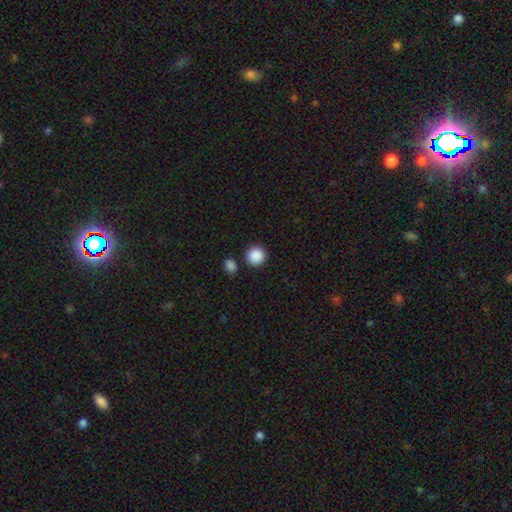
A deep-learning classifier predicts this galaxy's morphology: smooth-or-featured: smooth: 89% | star or artifact: 9% | featured or disk: 3%
  how-rounded: round: 93% | in between: 6% | cigar-shaped: 1%
  merging: none: 87% | minor disturbance: 6% | merger: 5% | major disturbance: 2%